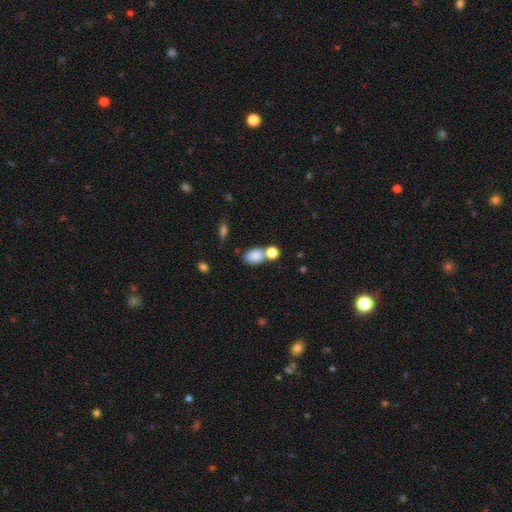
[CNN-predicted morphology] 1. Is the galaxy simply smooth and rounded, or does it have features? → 83% smooth, 9% star or artifact, 8% featured or disk.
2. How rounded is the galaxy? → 77% in between, 21% round, 2% cigar-shaped.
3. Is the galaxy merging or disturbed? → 49% none, 35% merger, 12% minor disturbance, 5% major disturbance.